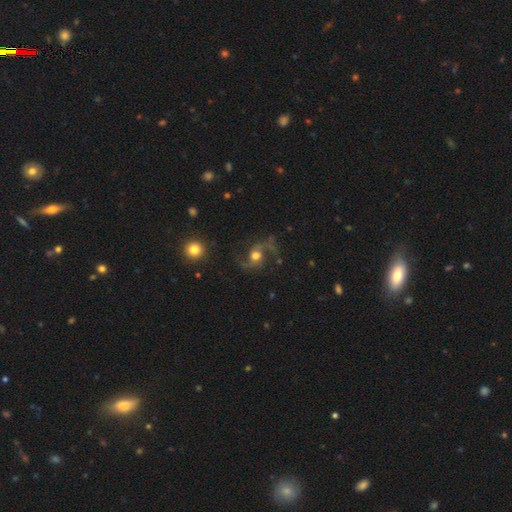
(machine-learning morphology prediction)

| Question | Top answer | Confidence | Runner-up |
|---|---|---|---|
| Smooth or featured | featured or disk | 83% | smooth (10%) |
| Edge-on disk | no | 97% | yes (3%) |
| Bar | no | 61% | weak (30%) |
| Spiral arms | yes | 96% | no (4%) |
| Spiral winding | loose | 72% | medium (24%) |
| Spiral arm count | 2 | 93% | 1 (2%) |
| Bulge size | moderate | 58% | large (27%) |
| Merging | none | 68% | minor disturbance (15%) |